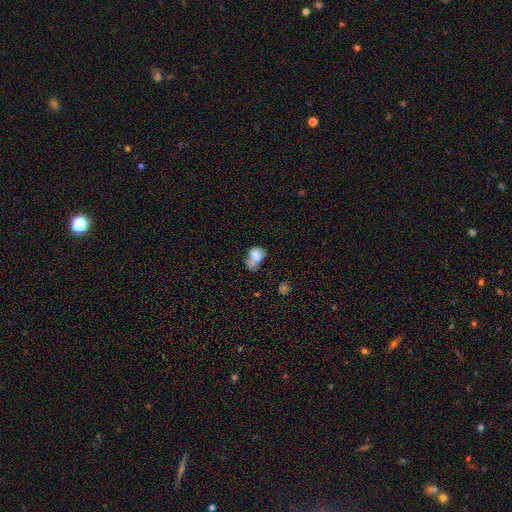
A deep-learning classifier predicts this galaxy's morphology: Overall: smooth (70%). How rounded: in between (76%). Merging: minor disturbance (30%; none 26%).